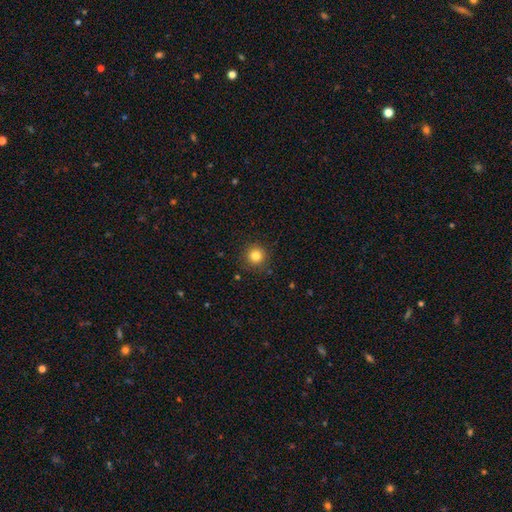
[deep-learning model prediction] Smooth or featured? smooth (82%)
How rounded? round (95%)
Merging? none (90%)